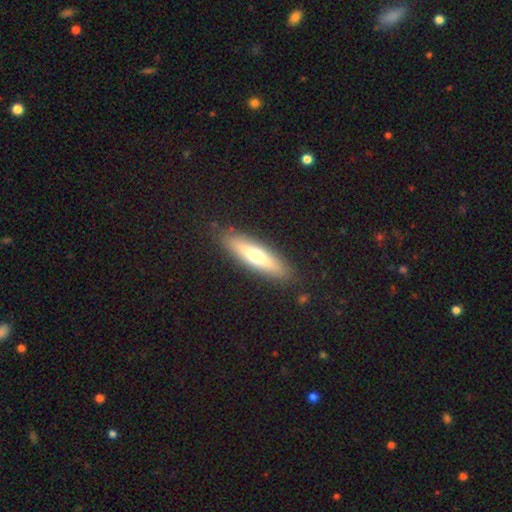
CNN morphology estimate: type=smooth (55%); roundness=cigar-shaped (68%); merging=none (88%).